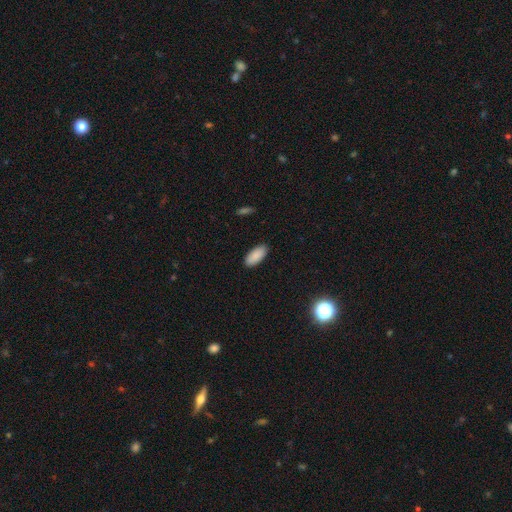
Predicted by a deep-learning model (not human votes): smooth-or-featured: smooth: 89% | star or artifact: 7% | featured or disk: 4%
  how-rounded: in between: 89% | cigar-shaped: 9% | round: 2%
  merging: none: 89% | minor disturbance: 8% | major disturbance: 2% | merger: 1%